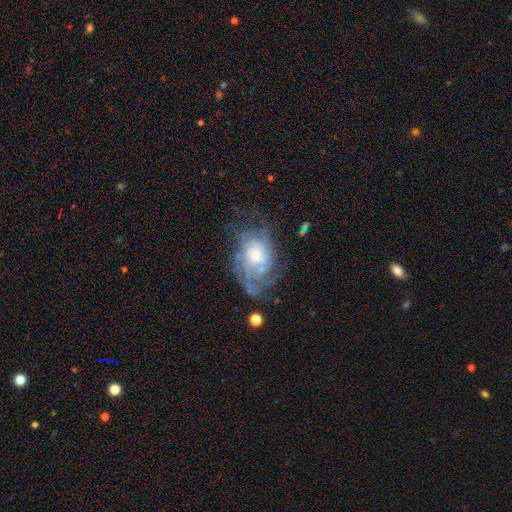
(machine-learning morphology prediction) Smooth or featured: featured or disk — 76% (smooth — 16%)
Edge-on disk: no — 97% (yes — 3%)
Bar: no — 74% (weak — 22%)
Spiral arms: yes — 87% (no — 13%)
Spiral winding: tight — 52% (medium — 33%)
Spiral arm count: can't tell — 48% (3 — 14%)
Bulge size: small — 42% (moderate — 34%)
Merging: none — 49% (major disturbance — 25%)